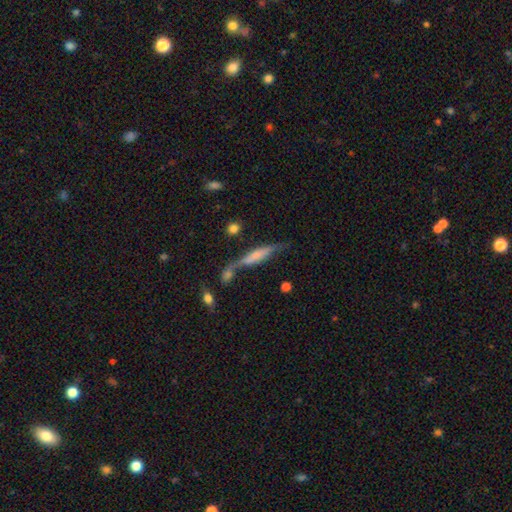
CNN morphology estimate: A featured or disk galaxy (50%). Merging: none (44%).